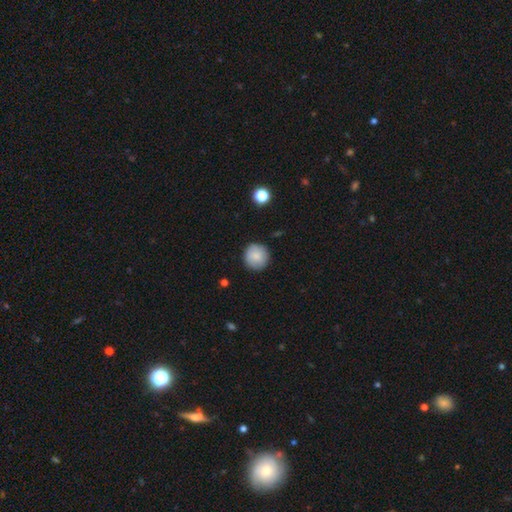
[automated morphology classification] type=smooth (84%); roundness=round (93%); merging=none (88%).